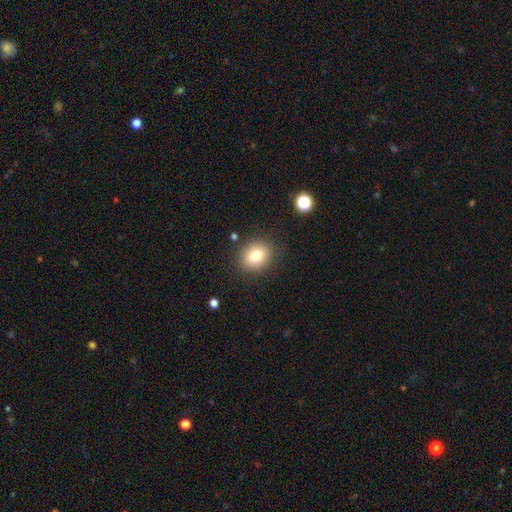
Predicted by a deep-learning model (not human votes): Smooth or featured?
  - smooth: 79% *
  - star or artifact: 11%
  - featured or disk: 10%
How rounded?
  - round: 61% *
  - in between: 38%
  - cigar-shaped: 1%
Merging?
  - none: 86% *
  - minor disturbance: 9%
  - major disturbance: 3%
  - merger: 2%